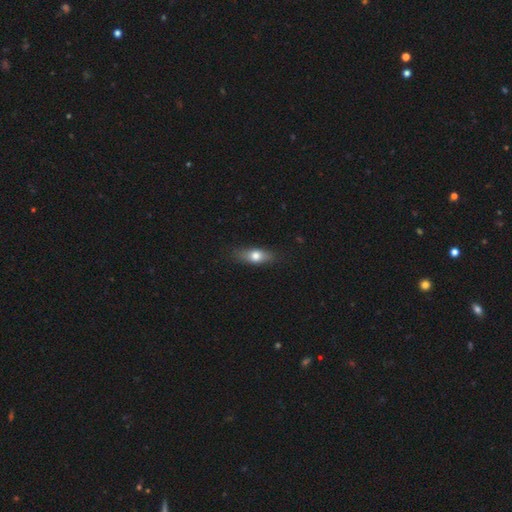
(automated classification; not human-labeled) smooth_or_featured: smooth (p=0.70) [alt: featured or disk p=0.23]
how_rounded: in between (p=0.69) [alt: cigar-shaped p=0.24]
merging: none (p=0.82) [alt: minor disturbance p=0.14]